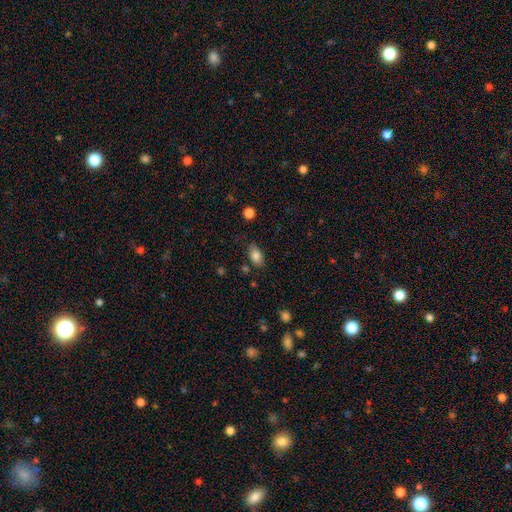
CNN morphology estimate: Q: Smooth or featured?
A: smooth (83%); runner-up: featured or disk (9%)
Q: How rounded?
A: in between (89%); runner-up: round (7%)
Q: Merging?
A: none (77%); runner-up: minor disturbance (17%)